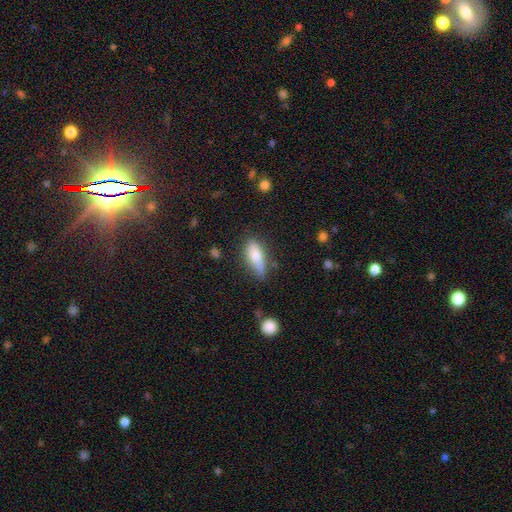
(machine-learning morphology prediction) This appears to be a smooth galaxy with no disk features (72%) that is in between round and cigar-shaped (65%). Merging: none (64%).